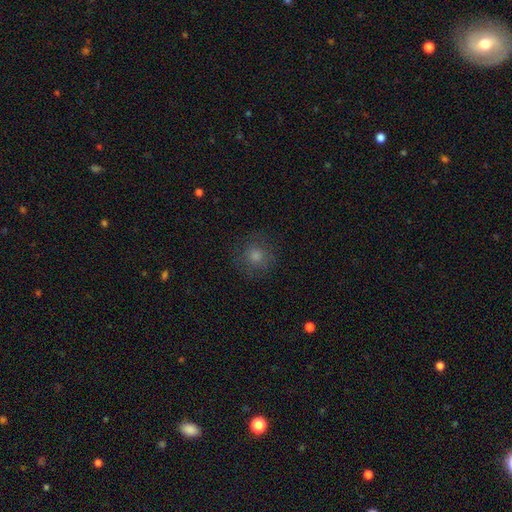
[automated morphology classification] Smooth or featured? Predicted: smooth (p=0.64). How rounded? Predicted: round (p=0.93). Merging? Predicted: none (p=0.85).